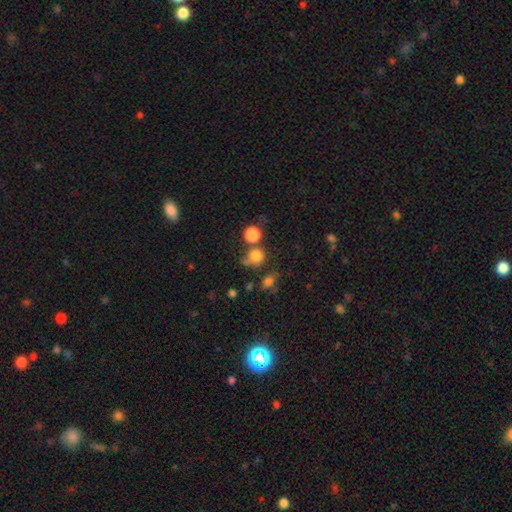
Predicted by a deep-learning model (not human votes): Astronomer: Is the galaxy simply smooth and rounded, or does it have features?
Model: smooth — 77%.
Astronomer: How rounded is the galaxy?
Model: round — 87%.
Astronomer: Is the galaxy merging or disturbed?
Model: none — 61%.